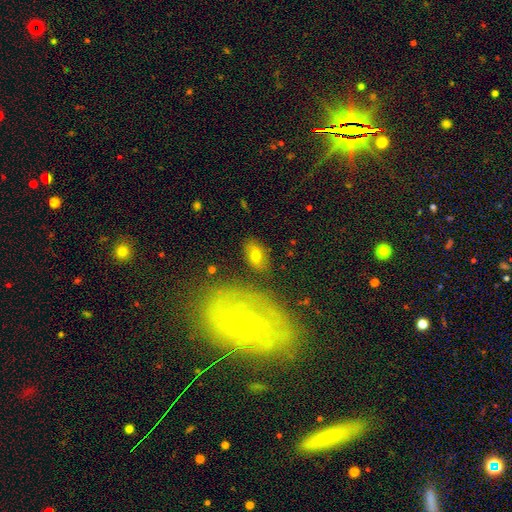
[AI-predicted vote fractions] smooth-or-featured: smooth: 69% | featured or disk: 23% | star or artifact: 8%
  how-rounded: in between: 90% | round: 7% | cigar-shaped: 3%
  merging: none: 78% | minor disturbance: 12% | merger: 6% | major disturbance: 4%